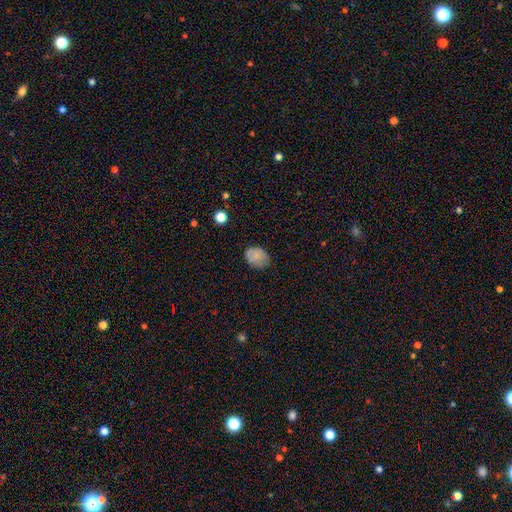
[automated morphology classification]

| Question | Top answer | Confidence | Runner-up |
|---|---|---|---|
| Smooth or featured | smooth | 80% | featured or disk (11%) |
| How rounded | in between | 60% | round (39%) |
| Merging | none | 74% | minor disturbance (20%) |